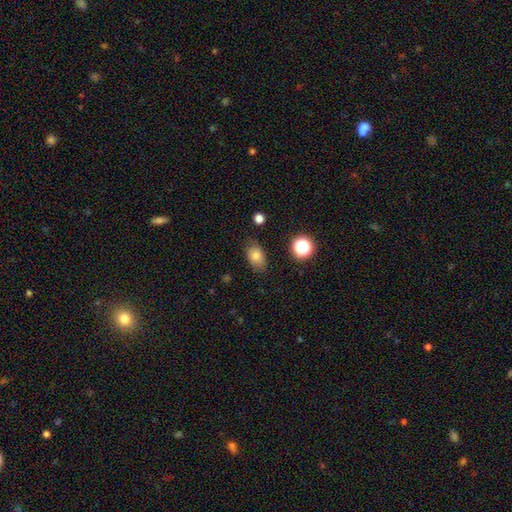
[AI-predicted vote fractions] smooth_or_featured: smooth (p=0.79) [alt: star or artifact p=0.11]
how_rounded: in between (p=0.84) [alt: round p=0.14]
merging: none (p=0.79) [alt: minor disturbance p=0.16]